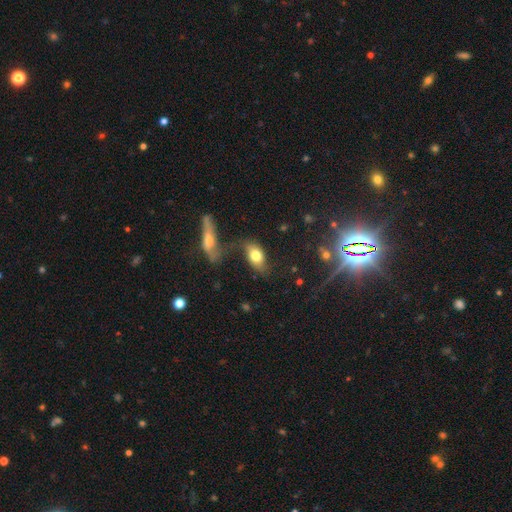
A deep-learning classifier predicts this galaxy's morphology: type=smooth (71%); roundness=in between (87%); merging=none (50%).